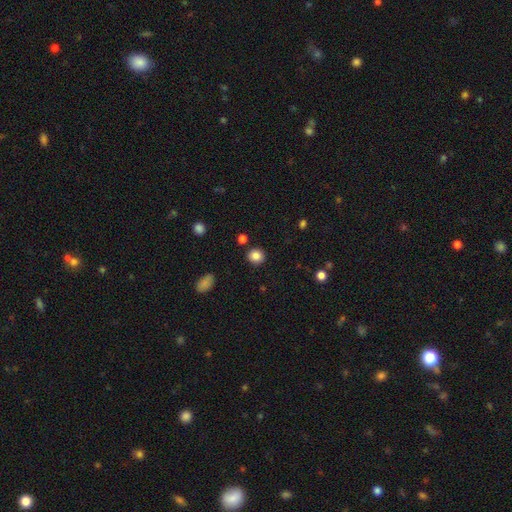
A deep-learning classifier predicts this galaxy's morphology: Smooth or featured: smooth — 85% (star or artifact — 10%)
How rounded: round — 83% (in between — 16%)
Merging: none — 88% (minor disturbance — 7%)